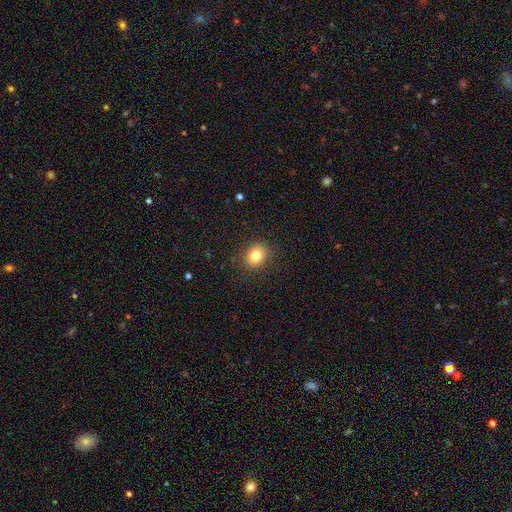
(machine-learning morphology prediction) This is clearly a smooth galaxy (81%). How rounded: possibly round (57%). Merging: clearly none (88%).